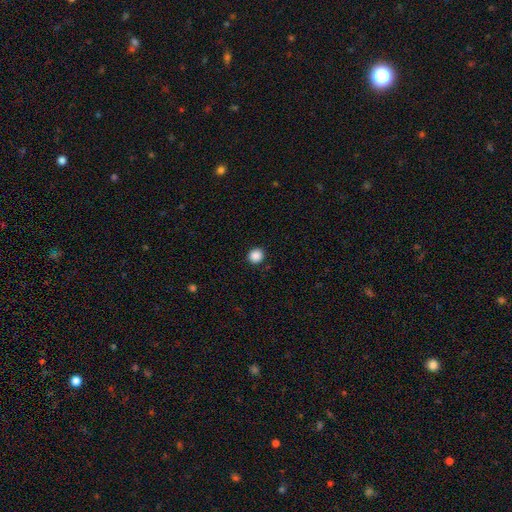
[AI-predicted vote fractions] Overall: smooth (88%). How rounded: round (89%). Merging: none (92%).